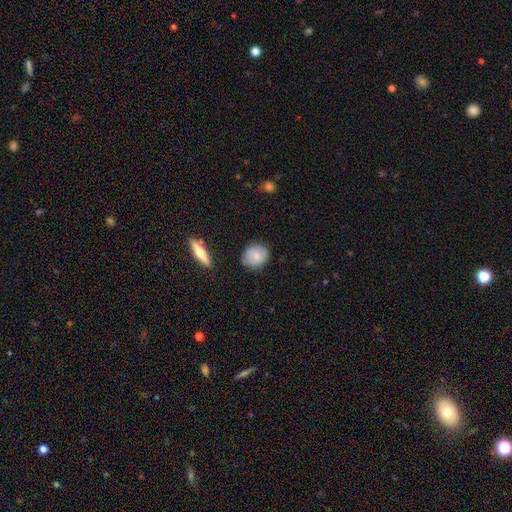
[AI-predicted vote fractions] Overall: smooth (71%). How rounded: round (73%). Merging: none (77%).